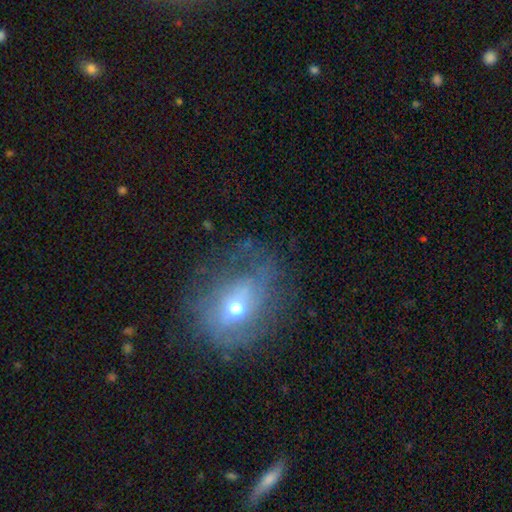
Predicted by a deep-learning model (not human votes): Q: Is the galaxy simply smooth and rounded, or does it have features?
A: featured or disk — 53%.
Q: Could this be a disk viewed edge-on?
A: no — 93%.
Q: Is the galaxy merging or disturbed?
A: none — 53%.